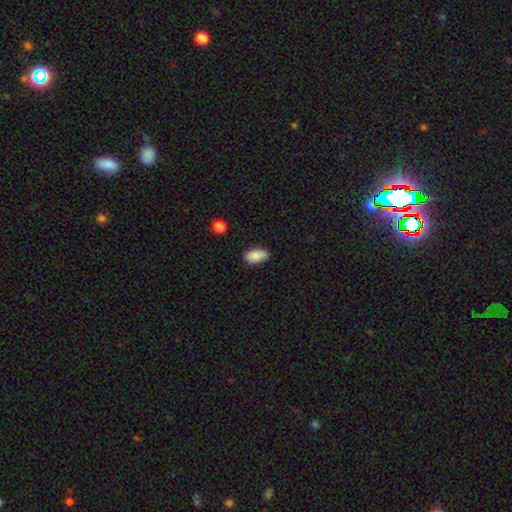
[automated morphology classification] This appears to be a smooth galaxy with no disk features (86%) that is in between round and cigar-shaped (93%). Merging: none (80%).